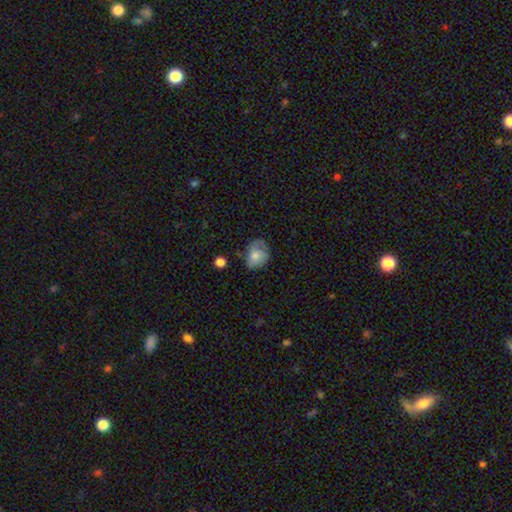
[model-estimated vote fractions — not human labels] A smooth galaxy with no disk features (71%) that is in between round and cigar-shaped (60%).

Vote fractions:
- Smooth or featured? smooth: 71% / featured or disk: 21% / star or artifact: 8%
- How rounded? in between: 60% / round: 39% / cigar-shaped: 1%
- Merging? none: 45% / minor disturbance: 34% / major disturbance: 18% / merger: 3%